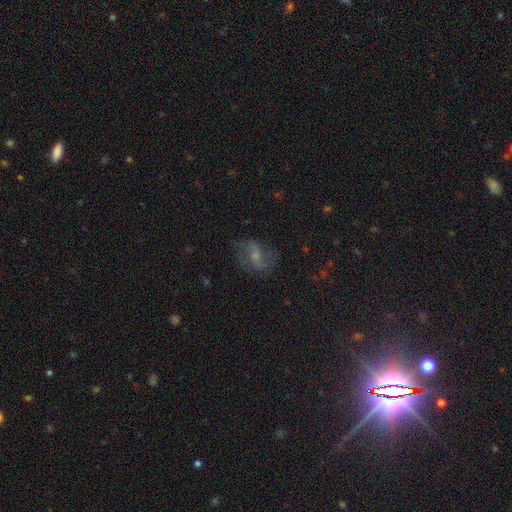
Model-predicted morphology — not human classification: A featured or disk galaxy (60%) with no bar (44%), spiral arms (84%) and a small central bulge (54%). Merging: none (66%).